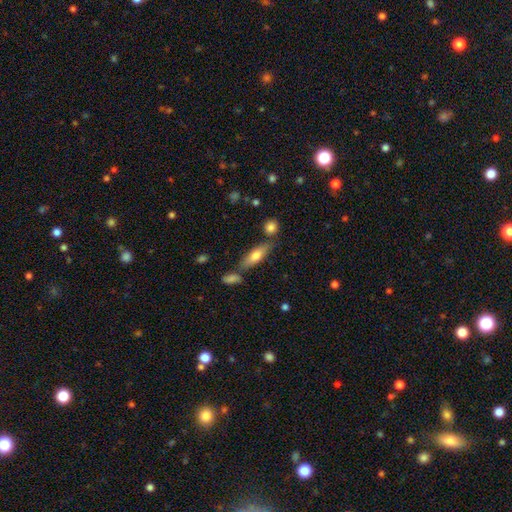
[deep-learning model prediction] The model was most divided on "how rounded": in between: 54%, cigar-shaped: 44%, round: 3%. More confident: merging — none (68%); smooth or featured — smooth (67%).